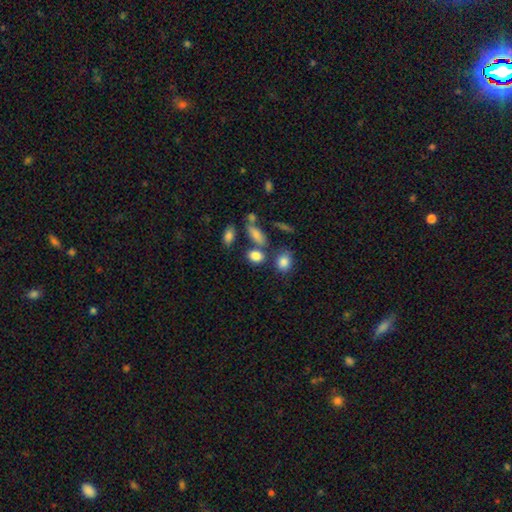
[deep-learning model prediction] A smooth galaxy with no disk features (82%) that is in between round and cigar-shaped (64%).

Vote fractions:
- Smooth or featured? smooth: 82% / star or artifact: 10% / featured or disk: 8%
- How rounded? in between: 64% / round: 33% / cigar-shaped: 3%
- Merging? none: 62% / merger: 20% / minor disturbance: 13% / major disturbance: 5%